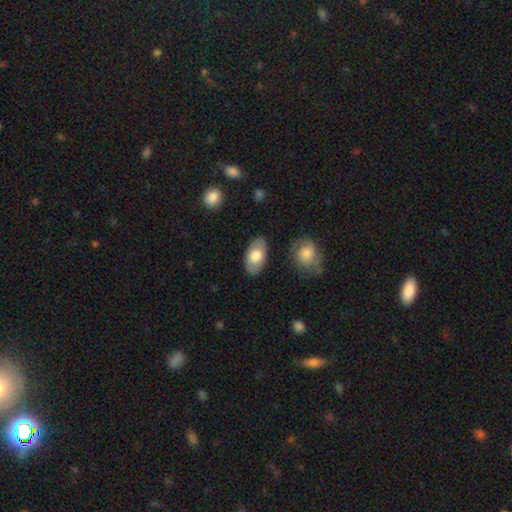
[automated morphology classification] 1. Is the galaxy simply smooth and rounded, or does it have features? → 68% smooth, 27% featured or disk, 5% star or artifact.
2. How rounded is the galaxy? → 94% in between, 4% round, 2% cigar-shaped.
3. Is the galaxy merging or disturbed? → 83% none, 12% minor disturbance, 3% major disturbance, 2% merger.